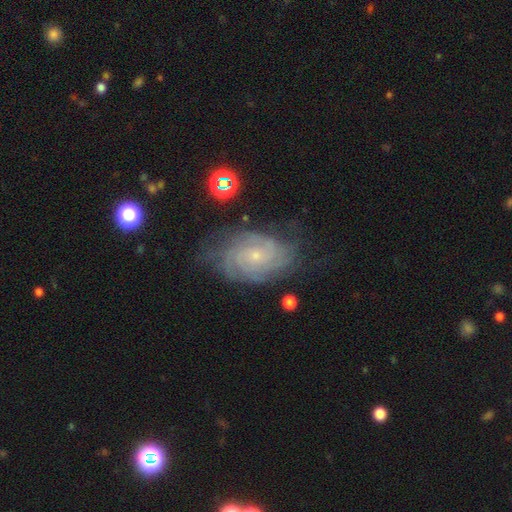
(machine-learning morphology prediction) smooth_or_featured: featured or disk (p=0.82) [alt: smooth p=0.10]
disk_edge_on: no (p=0.97) [alt: yes p=0.03]
bar: no (p=0.72) [alt: weak p=0.24]
has_spiral_arms: yes (p=0.96) [alt: no p=0.04]
spiral_winding: tight (p=0.68) [alt: medium p=0.26]
spiral_arm_count: can't tell (p=0.37) [alt: 2 p=0.19]
bulge_size: small (p=0.78) [alt: moderate p=0.18]
merging: none (p=0.68) [alt: minor disturbance p=0.22]